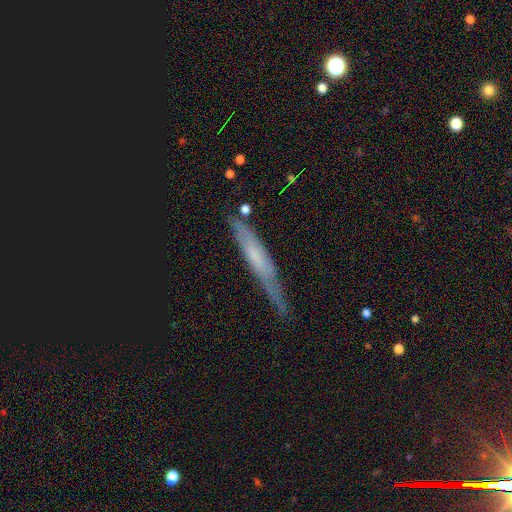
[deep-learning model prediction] featured or disk 51%, smooth 39%, star or artifact 9%. Down the decision tree: edge-on disk — yes (80%); merging — none (65%).